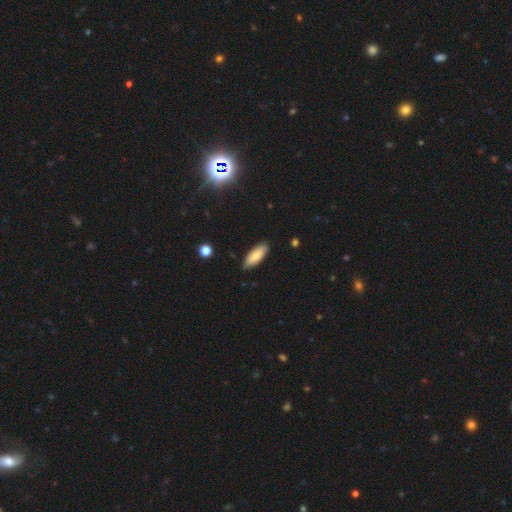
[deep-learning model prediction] This is clearly a smooth galaxy (80%). How rounded: likely in between (70%). Merging: clearly none (85%).